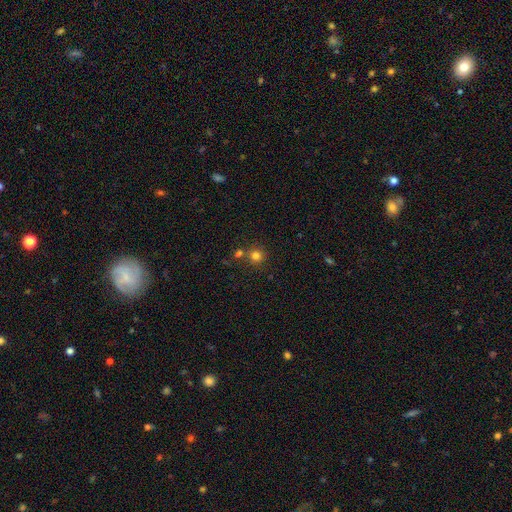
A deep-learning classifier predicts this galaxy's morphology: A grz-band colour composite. It shows a smooth galaxy with no disk features (79%) that is round (92%). Merging: none (73%).